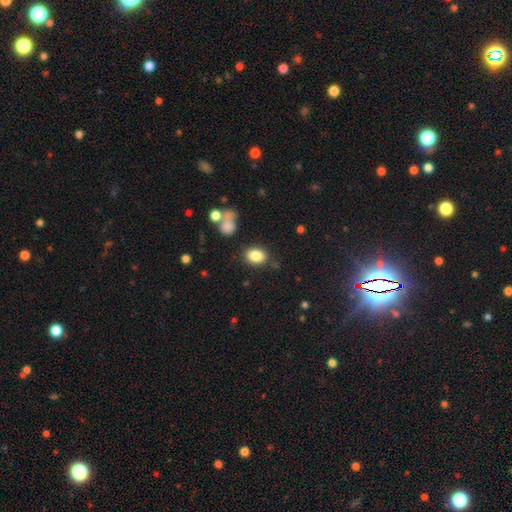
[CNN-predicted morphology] A smooth galaxy with no disk features (84%) that is in between round and cigar-shaped (78%).

Vote fractions:
- Smooth or featured? smooth: 84% / star or artifact: 9% / featured or disk: 7%
- How rounded? in between: 78% / round: 21% / cigar-shaped: 1%
- Merging? none: 78% / minor disturbance: 12% / merger: 6% / major disturbance: 4%